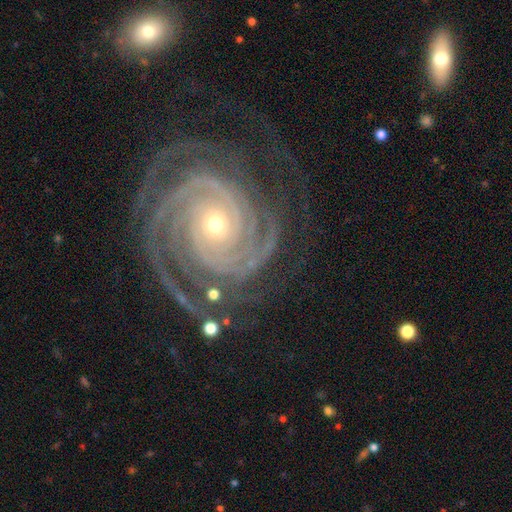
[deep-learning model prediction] A featured or disk galaxy (92%) with no bar (76%), 3 (25%) tight (82%) spiral arms (99%) and a small central bulge (62%).

Vote fractions:
- Smooth or featured? featured or disk: 92% / star or artifact: 5% / smooth: 2%
- Edge-on disk? no: 98% / yes: 2%
- Bar? no: 76% / weak: 15% / strong: 9%
- Spiral arms? yes: 99% / no: 1%
- Spiral winding? tight: 82% / medium: 15% / loose: 2%
- Spiral arm count? 3: 25% / 4: 21% / 2: 20% / can't tell: 13% / more than 4: 12% / 1: 8%
- Bulge size? small: 62% / moderate: 35% / large: 2% / none: 1% / dominant: 1%
- Merging? none: 73% / minor disturbance: 16% / major disturbance: 9% / merger: 2%